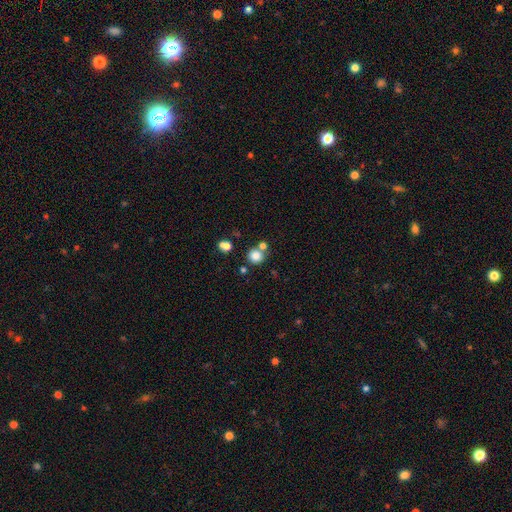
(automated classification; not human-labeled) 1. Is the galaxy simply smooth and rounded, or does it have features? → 81% smooth, 13% star or artifact, 6% featured or disk.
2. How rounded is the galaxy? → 91% round, 9% in between, 1% cigar-shaped.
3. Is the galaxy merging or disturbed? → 68% none, 21% merger, 8% minor disturbance, 3% major disturbance.